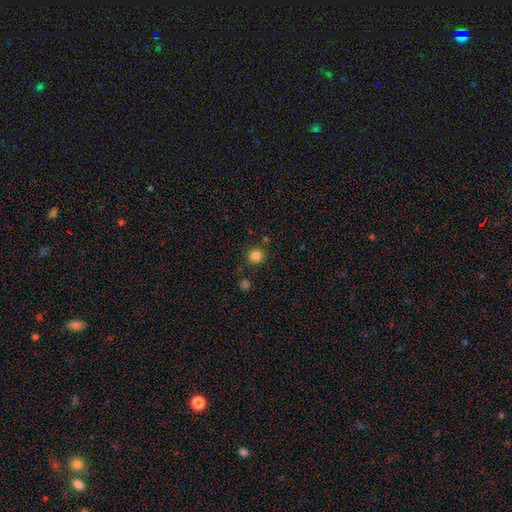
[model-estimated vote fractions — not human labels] Smooth or featured? Predicted: smooth (p=0.83). How rounded? Predicted: round (p=0.94). Merging? Predicted: none (p=0.88).